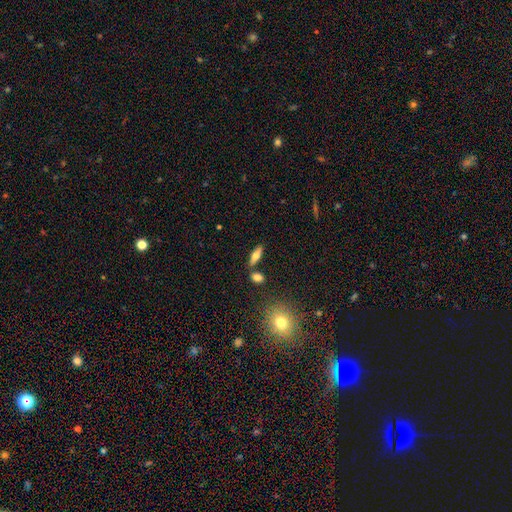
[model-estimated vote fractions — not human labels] A smooth galaxy with no disk features (65%) that is in between round and cigar-shaped (62%).

Vote fractions:
- Smooth or featured? smooth: 65% / featured or disk: 27% / star or artifact: 8%
- How rounded? in between: 62% / cigar-shaped: 35% / round: 4%
- Merging? none: 75% / merger: 12% / minor disturbance: 11% / major disturbance: 3%